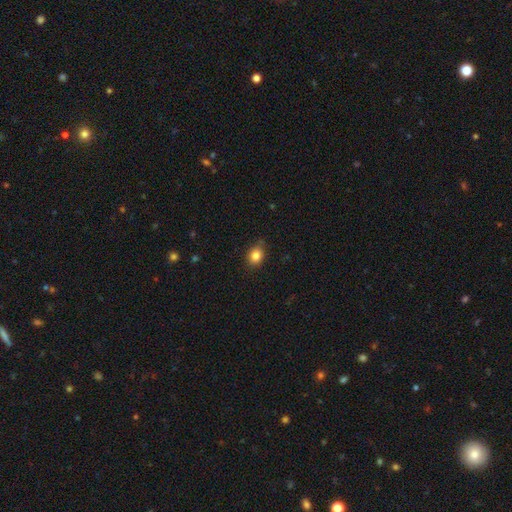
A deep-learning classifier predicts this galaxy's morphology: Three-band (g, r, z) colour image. It shows a smooth galaxy with no disk features (84%) that is round (51%). Merging: none (80%).